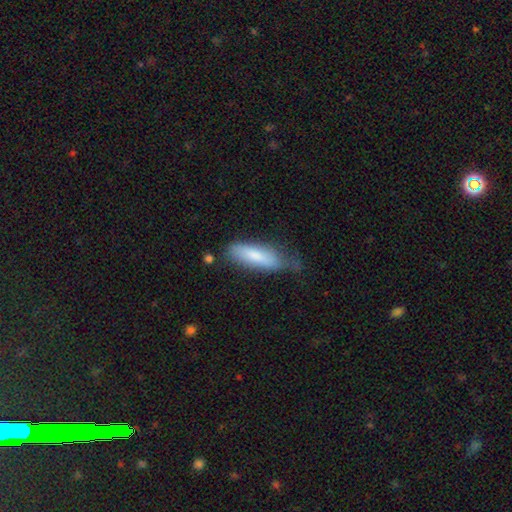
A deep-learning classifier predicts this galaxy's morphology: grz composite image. It shows a smooth galaxy with no disk features (79%) that is in between round and cigar-shaped (50%). Merging: none (52%).